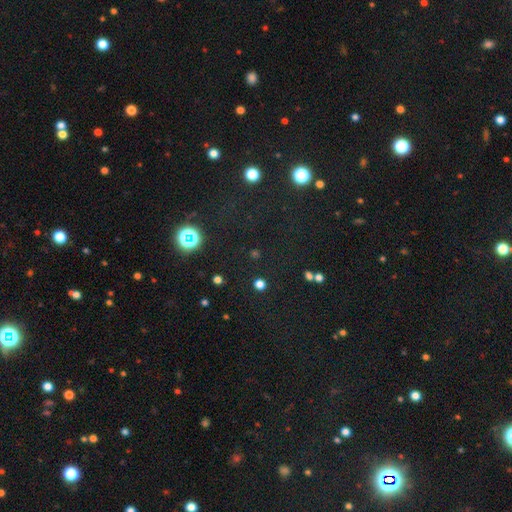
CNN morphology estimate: A star or artifact, not a galaxy (68%).

Vote fractions:
- Smooth or featured? star or artifact: 68% / smooth: 23% / featured or disk: 9%